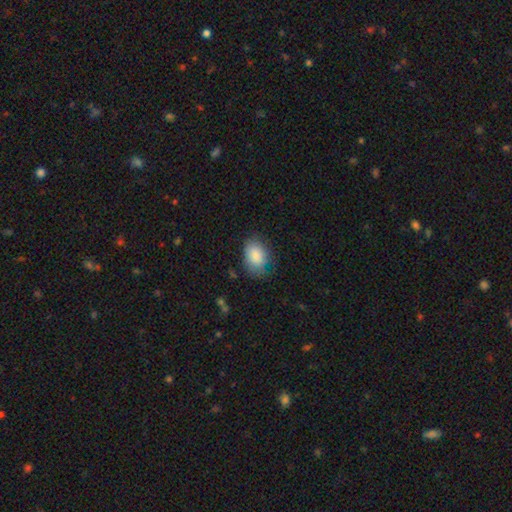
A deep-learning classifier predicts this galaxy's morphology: Smooth or featured?
  - smooth: 84% *
  - featured or disk: 9%
  - star or artifact: 7%
How rounded?
  - in between: 79% *
  - round: 20%
  - cigar-shaped: 1%
Merging?
  - none: 64% *
  - minor disturbance: 26%
  - major disturbance: 9%
  - merger: 1%